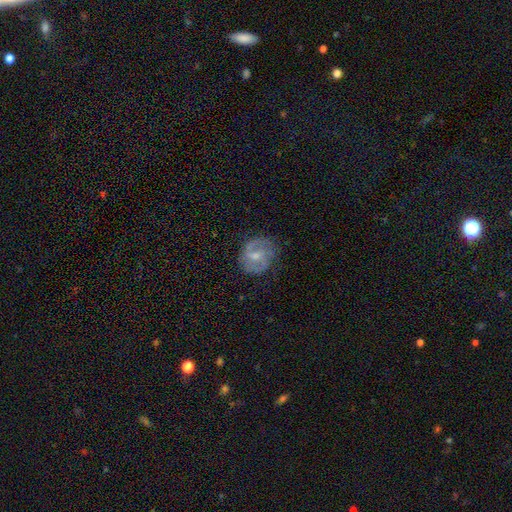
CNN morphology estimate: A featured or disk galaxy (69%) with a weak bar (57%), 2 (77%) medium (49%) spiral arms (85%) and a moderate central bulge (46%).

Vote fractions:
- Smooth or featured? featured or disk: 69% / smooth: 25% / star or artifact: 6%
- Edge-on disk? no: 97% / yes: 3%
- Bar? weak: 57% / no: 22% / strong: 21%
- Spiral arms? yes: 85% / no: 15%
- Spiral winding? medium: 49% / tight: 29% / loose: 22%
- Spiral arm count? 2: 77% / can't tell: 13% / 1: 5% / 3: 3% / 4: 1% / more than 4: 1%
- Bulge size? moderate: 46% / small: 42% / none: 8% / large: 3% / dominant: 1%
- Merging? none: 69% / minor disturbance: 20% / major disturbance: 9% / merger: 1%